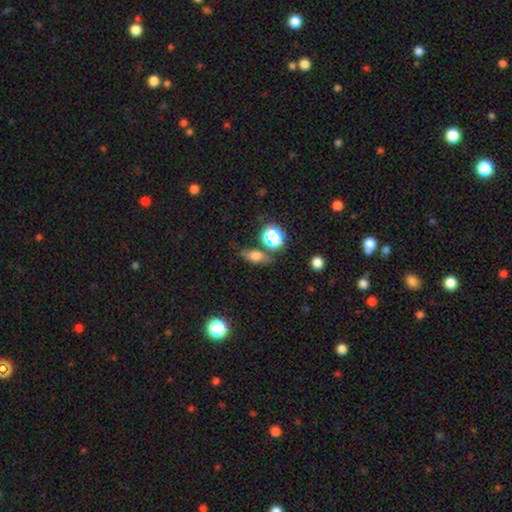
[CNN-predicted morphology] Smooth or featured? smooth (63%)
How rounded? in between (63%)
Merging? none (68%)